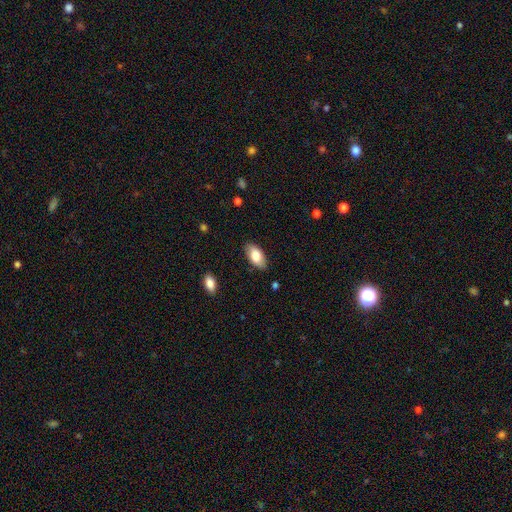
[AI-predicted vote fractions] Overall: smooth (80%). How rounded: in between (94%). Merging: none (86%).